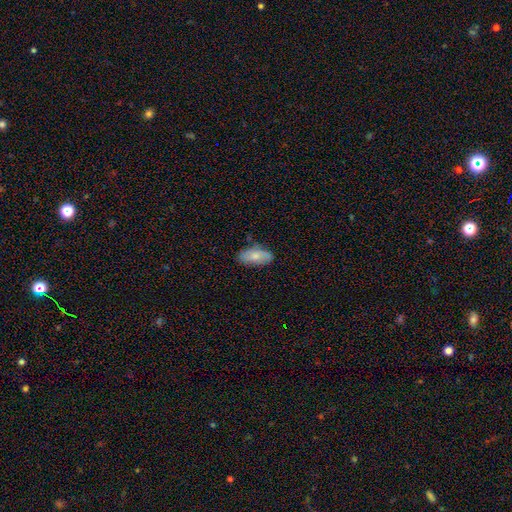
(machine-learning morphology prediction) A smooth galaxy with no disk features (71%) that is in between round and cigar-shaped (90%). Merging: none (75%).